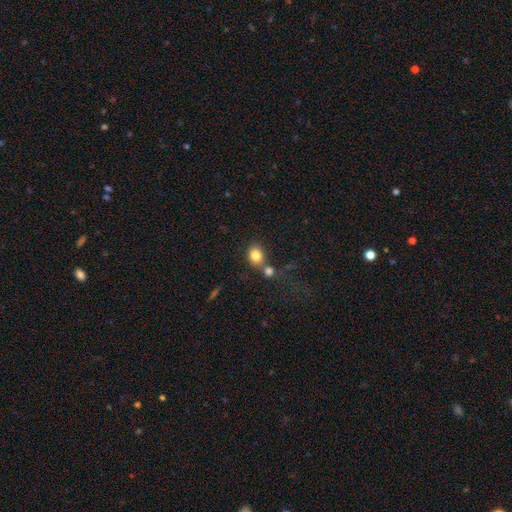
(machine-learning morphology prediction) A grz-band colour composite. It shows a smooth galaxy with no disk features (82%) that is round (57%). Merging: none (52%).